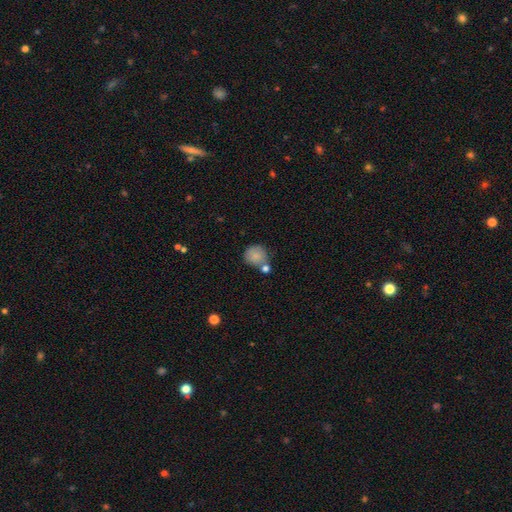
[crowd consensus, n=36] Smooth or featured? 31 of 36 (86%) said smooth. How rounded? 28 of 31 (90%) said round. Merging? 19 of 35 (54%) said none.